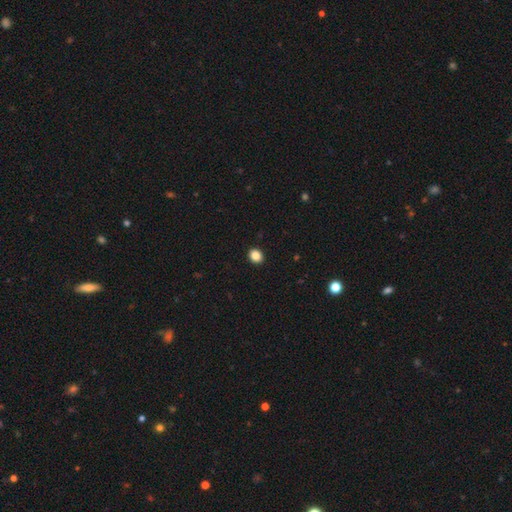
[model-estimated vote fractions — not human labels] smooth-or-featured: smooth: 86% | star or artifact: 10% | featured or disk: 4%
  how-rounded: round: 60% | in between: 39% | cigar-shaped: 1%
  merging: none: 92% | minor disturbance: 5% | major disturbance: 2% | merger: 1%